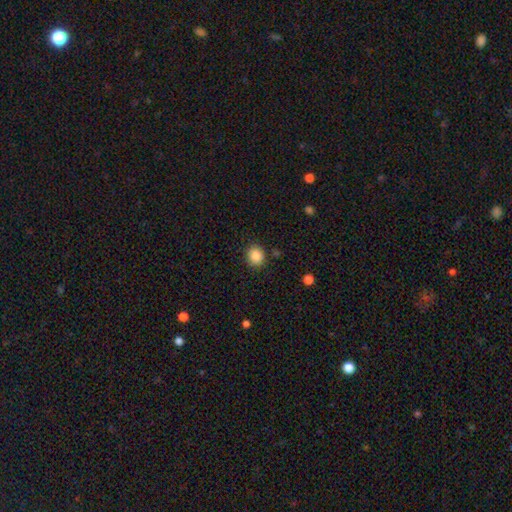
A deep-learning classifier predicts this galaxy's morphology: type=smooth (87%); roundness=round (81%); merging=none (87%).